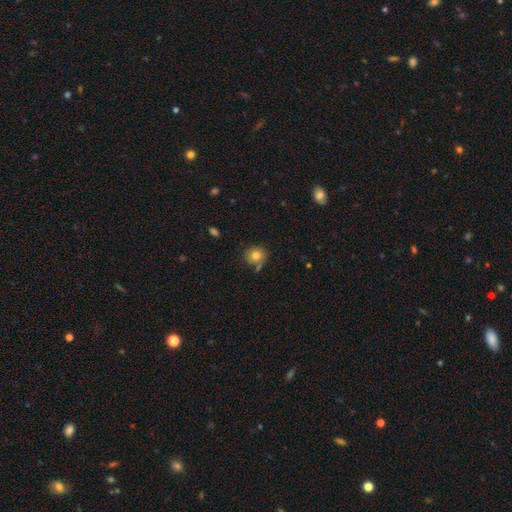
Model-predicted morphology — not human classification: smooth_or_featured: smooth (p=0.79) [alt: featured or disk p=0.11]
how_rounded: round (p=0.86) [alt: in between p=0.13]
merging: none (p=0.72) [alt: minor disturbance p=0.15]